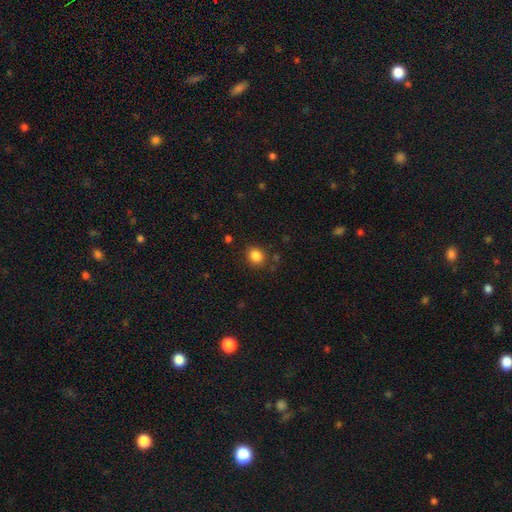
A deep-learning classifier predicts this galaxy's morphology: Smooth or featured? smooth (85%)
How rounded? round (70%)
Merging? none (84%)